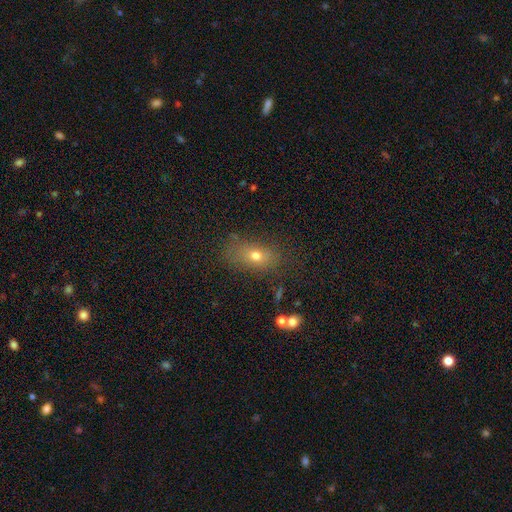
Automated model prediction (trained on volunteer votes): smooth 64%, star or artifact 20%, featured or disk 17%. Down the decision tree: how rounded — in between (74%); merging — none (74%).